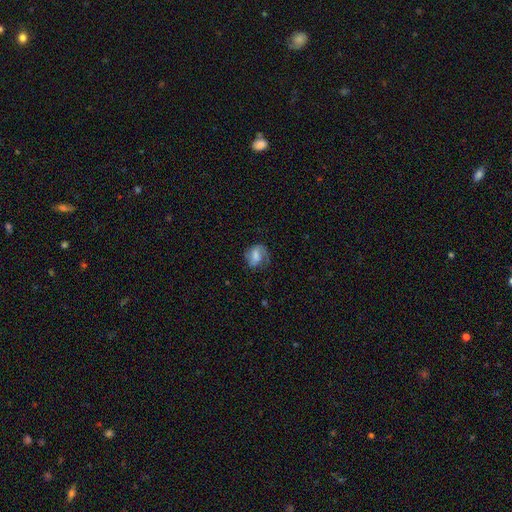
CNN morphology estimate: This is possibly a smooth galaxy (53%). How rounded: likely in between (60%). Merging: possibly none (53%).